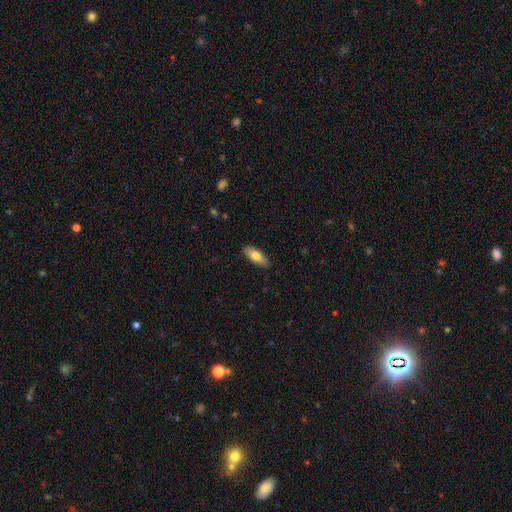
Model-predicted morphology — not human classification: smooth-or-featured: smooth: 77% | featured or disk: 17% | star or artifact: 6%
  how-rounded: in between: 80% | cigar-shaped: 18% | round: 2%
  merging: none: 89% | minor disturbance: 9% | major disturbance: 2% | merger: 1%